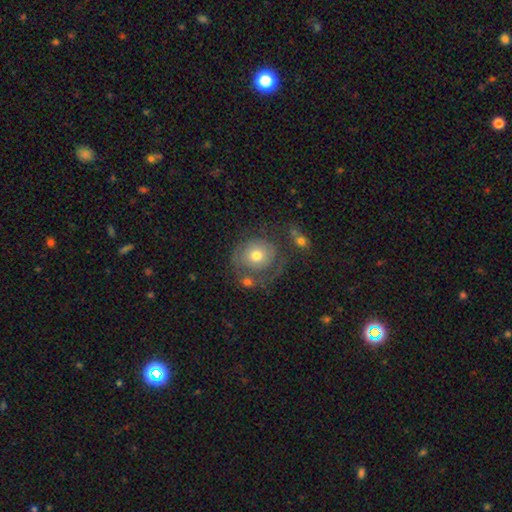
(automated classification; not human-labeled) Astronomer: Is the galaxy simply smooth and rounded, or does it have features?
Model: featured or disk — 48% (runner-up: smooth, 43%).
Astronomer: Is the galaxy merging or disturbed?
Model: none — 53%.